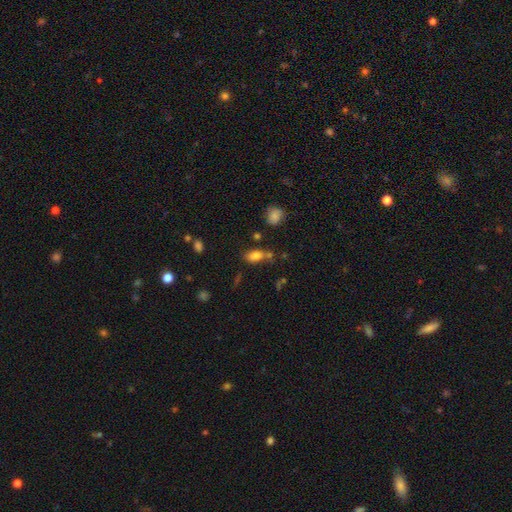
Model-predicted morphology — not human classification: Overall: smooth (81%). How rounded: in between (87%). Merging: none (62%).